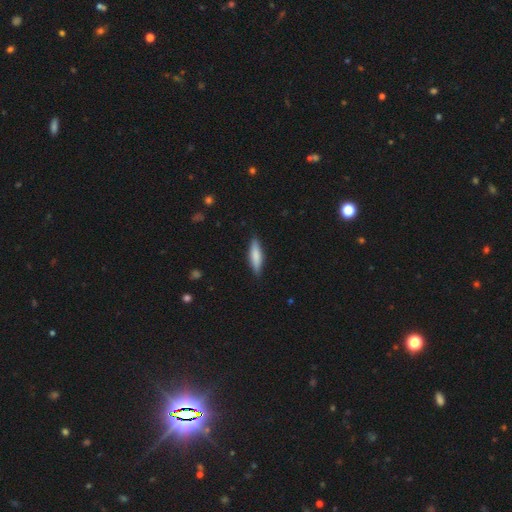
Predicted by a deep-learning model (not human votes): Smooth or featured: smooth — 76% (featured or disk — 19%)
How rounded: cigar-shaped — 67% (in between — 31%)
Merging: none — 86% (minor disturbance — 11%)